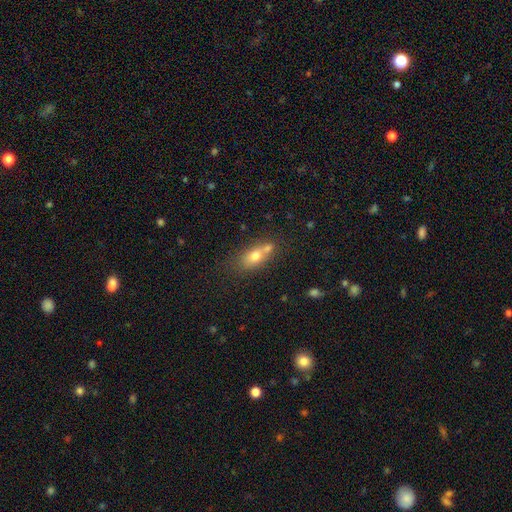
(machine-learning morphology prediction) Smooth or featured? smooth (69%)
How rounded? in between (73%)
Merging? none (42%)